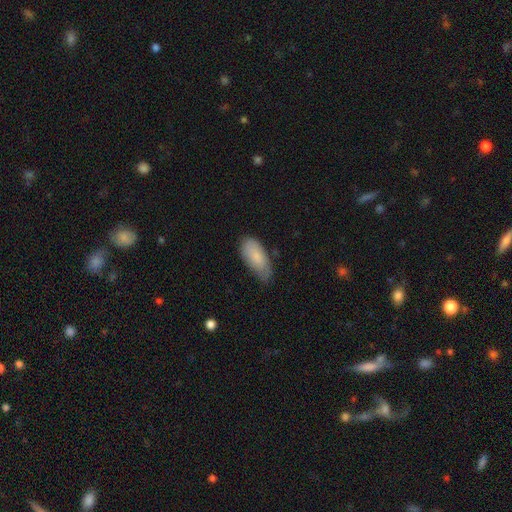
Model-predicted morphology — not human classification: The model was most divided on "merging": none: 59%, minor disturbance: 33%, major disturbance: 6%, merger: 2%. More confident: how rounded — in between (88%); smooth or featured — smooth (84%).